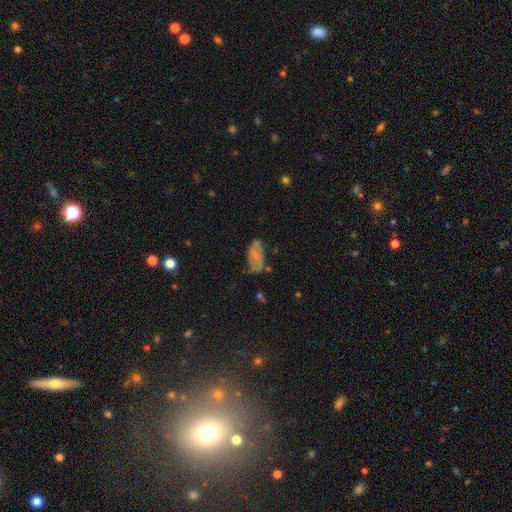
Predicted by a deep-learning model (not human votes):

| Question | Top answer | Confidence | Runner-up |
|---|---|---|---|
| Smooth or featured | smooth | 44% | tied: featured or disk (44%) |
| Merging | none | 45% | minor disturbance (30%) |